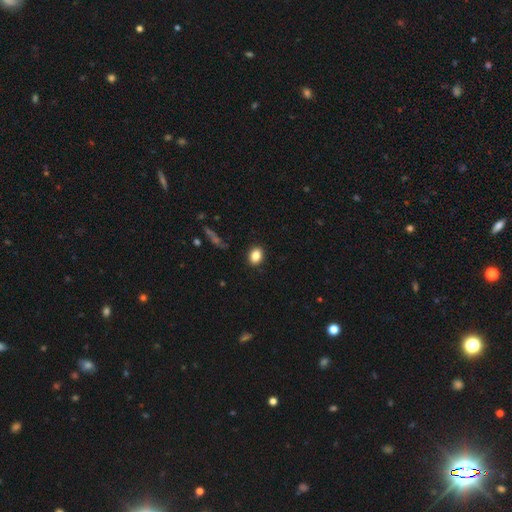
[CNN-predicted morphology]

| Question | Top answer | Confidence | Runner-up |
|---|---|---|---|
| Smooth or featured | smooth | 85% | star or artifact (9%) |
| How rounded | in between | 64% | round (34%) |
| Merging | none | 89% | minor disturbance (8%) |